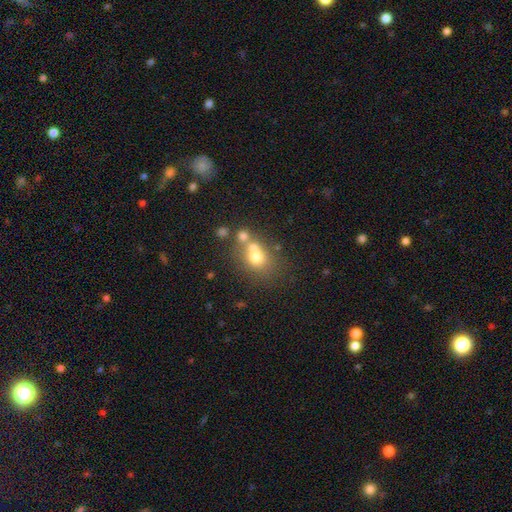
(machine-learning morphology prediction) A smooth galaxy with no disk features (64%) that is round (64%).

Vote fractions:
- Smooth or featured? smooth: 64% / featured or disk: 21% / star or artifact: 15%
- How rounded? round: 64% / in between: 35% / cigar-shaped: 1%
- Merging? merger: 46% / none: 40% / minor disturbance: 9% / major disturbance: 5%